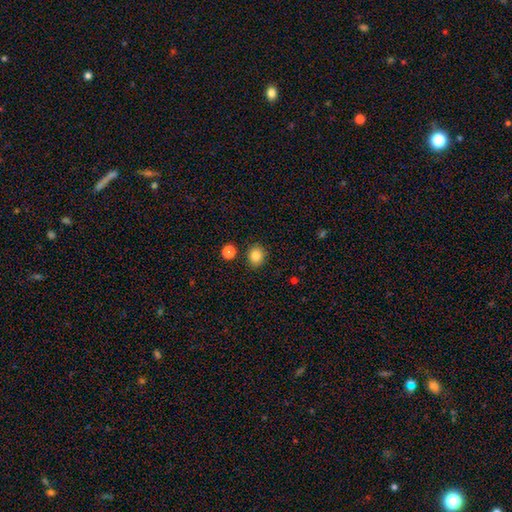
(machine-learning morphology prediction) type=smooth (85%); roundness=round (74%); merging=none (87%).